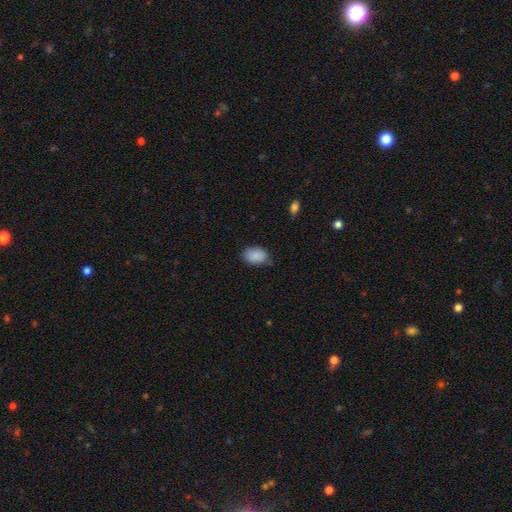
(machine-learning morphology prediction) Smooth or featured? smooth (89%)
How rounded? in between (84%)
Merging? none (76%)